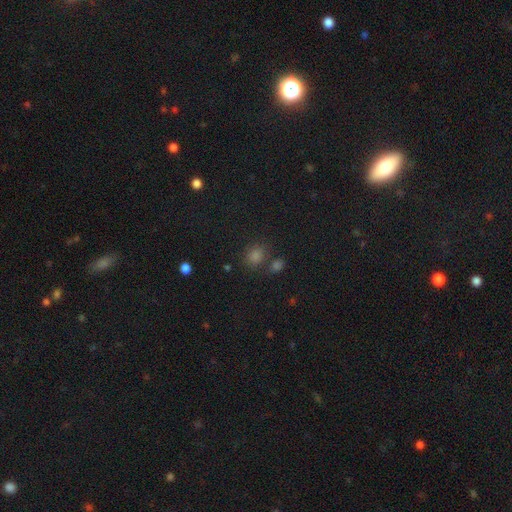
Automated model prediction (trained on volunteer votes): smooth-or-featured: smooth: 70% | star or artifact: 24% | featured or disk: 6%
  how-rounded: round: 61% | in between: 37% | cigar-shaped: 1%
  merging: none: 69% | merger: 16% | minor disturbance: 11% | major disturbance: 4%